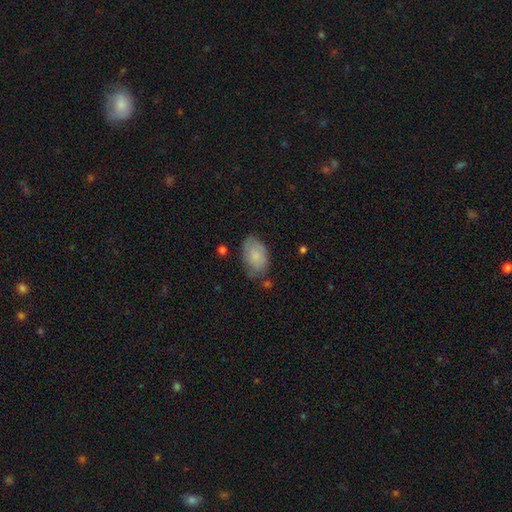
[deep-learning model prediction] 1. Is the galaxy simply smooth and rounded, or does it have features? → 79% smooth, 14% featured or disk, 7% star or artifact.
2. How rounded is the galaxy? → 92% in between, 7% round, 1% cigar-shaped.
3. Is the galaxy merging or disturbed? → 63% none, 27% minor disturbance, 7% major disturbance, 3% merger.